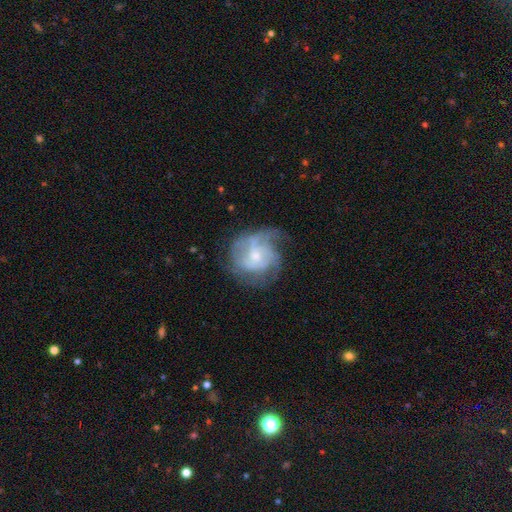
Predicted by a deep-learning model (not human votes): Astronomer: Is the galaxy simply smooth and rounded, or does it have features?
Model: featured or disk — 74%.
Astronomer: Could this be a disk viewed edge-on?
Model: no — 98%.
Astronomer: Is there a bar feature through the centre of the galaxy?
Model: no — 69%.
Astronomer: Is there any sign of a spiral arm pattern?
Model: yes — 86%.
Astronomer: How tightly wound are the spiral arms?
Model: tight — 43% (runner-up: medium, 39%).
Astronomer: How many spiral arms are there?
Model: can't tell — 39% (runner-up: 3, 22%).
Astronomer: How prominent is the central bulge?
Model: small — 50% (runner-up: moderate, 41%).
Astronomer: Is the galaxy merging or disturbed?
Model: none — 54%.